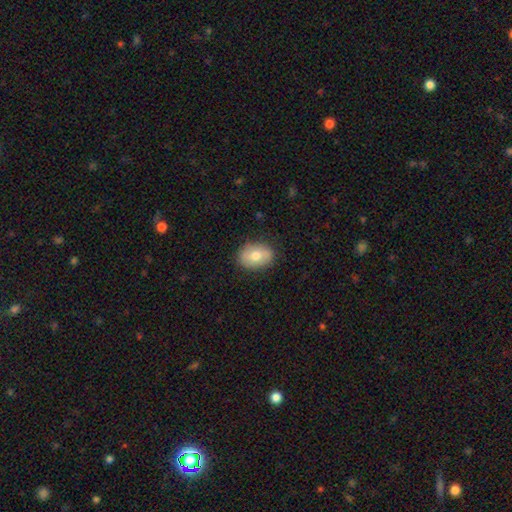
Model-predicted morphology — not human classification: type=smooth (73%); roundness=in between (74%); merging=none (85%).